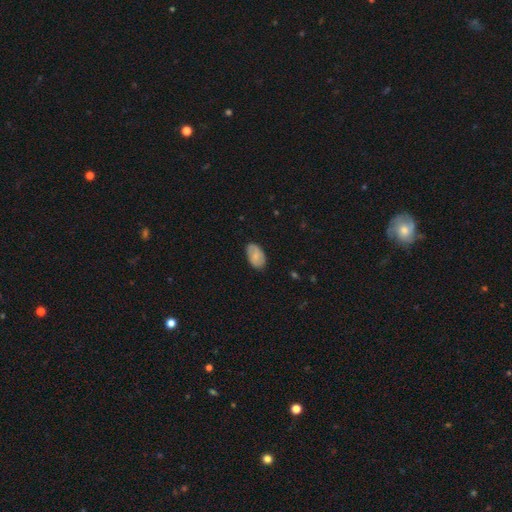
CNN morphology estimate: smooth 66%, featured or disk 27%, star or artifact 7%. Down the decision tree: how rounded — in between (92%); merging — none (79%).